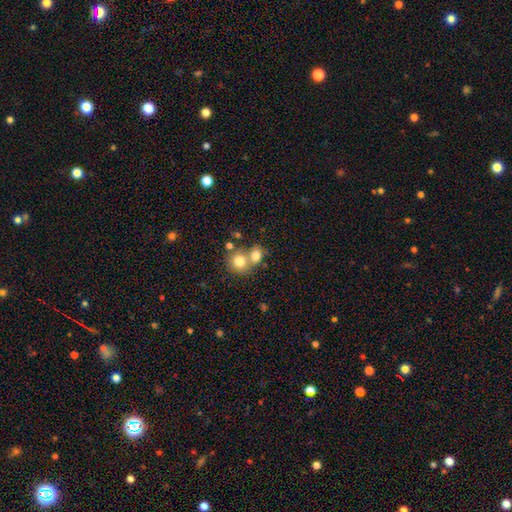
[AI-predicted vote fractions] smooth-or-featured: smooth: 77% | featured or disk: 12% | star or artifact: 11%
  how-rounded: round: 70% | in between: 29% | cigar-shaped: 1%
  merging: merger: 51% | none: 39% | minor disturbance: 7% | major disturbance: 3%